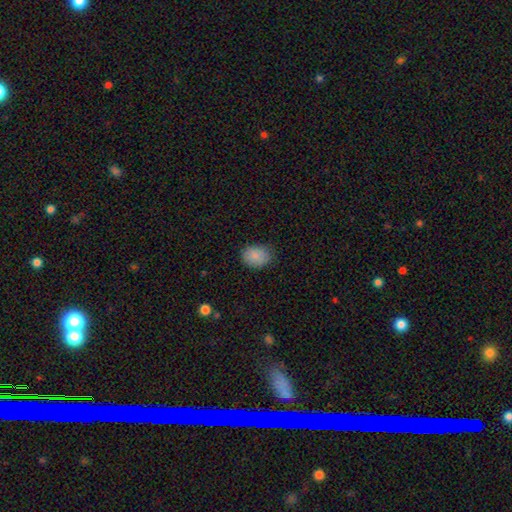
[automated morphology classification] Smooth or featured?
  - smooth: 87% *
  - star or artifact: 8%
  - featured or disk: 5%
How rounded?
  - in between: 60% *
  - round: 39%
  - cigar-shaped: 1%
Merging?
  - none: 78% *
  - minor disturbance: 17%
  - major disturbance: 4%
  - merger: 1%